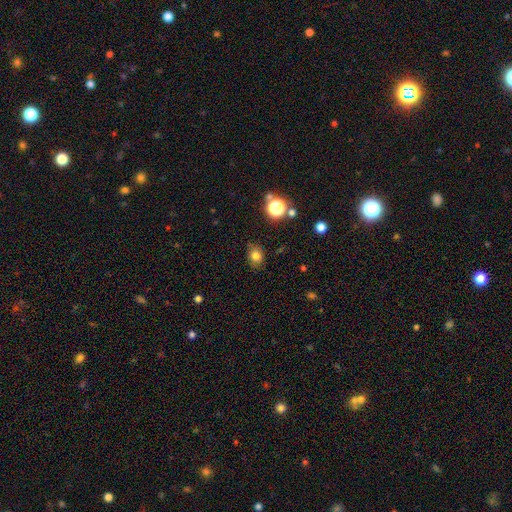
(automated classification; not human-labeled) smooth 77%, star or artifact 14%, featured or disk 8%. Down the decision tree: how rounded — in between (51%); merging — none (82%).